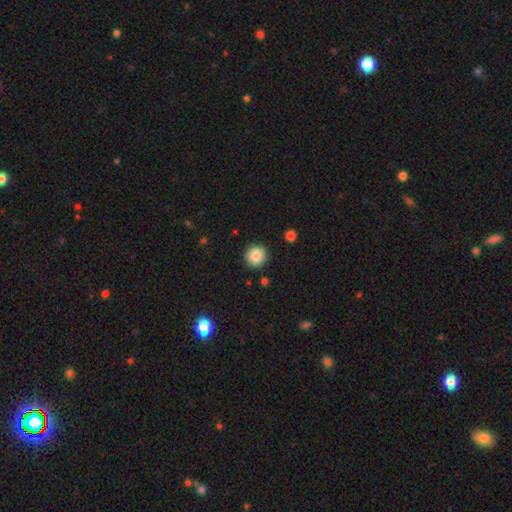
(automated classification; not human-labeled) A smooth galaxy with no disk features (86%) that is round (95%). Merging: none (91%).